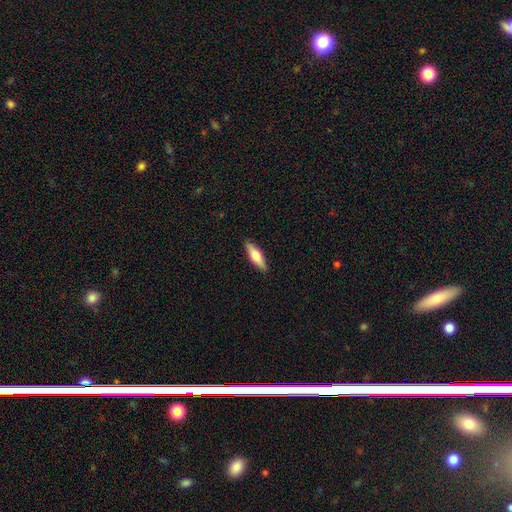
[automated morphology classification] This appears to be a smooth galaxy with no disk features (55%) that is cigar-shaped (60%). Merging: none (90%).